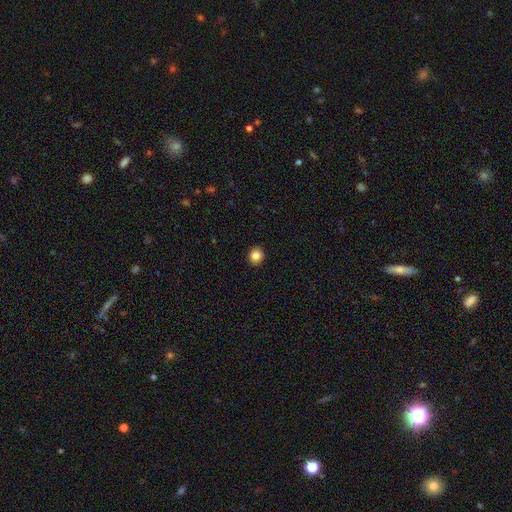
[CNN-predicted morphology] This is clearly a smooth galaxy (85%). How rounded: clearly round (90%). Merging: clearly none (93%).